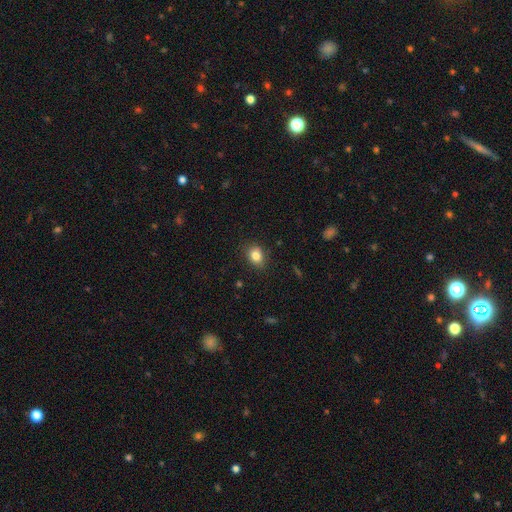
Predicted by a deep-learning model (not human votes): Smooth or featured?
  - smooth: 84% *
  - star or artifact: 10%
  - featured or disk: 6%
How rounded?
  - in between: 58% *
  - round: 41%
  - cigar-shaped: 1%
Merging?
  - none: 86% *
  - minor disturbance: 11%
  - major disturbance: 2%
  - merger: 1%